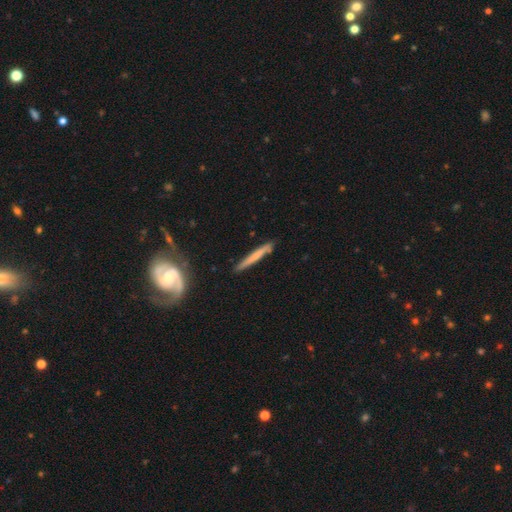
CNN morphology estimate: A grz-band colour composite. It shows a smooth galaxy with no disk features (54%) that is cigar-shaped (96%). Merging: none (85%).